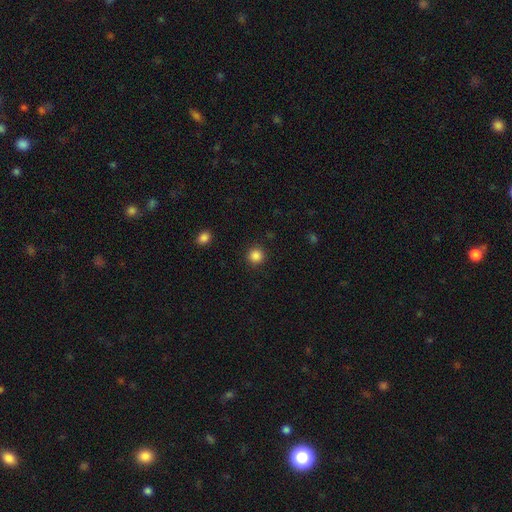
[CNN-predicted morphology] type=smooth (86%); roundness=round (94%); merging=none (91%).